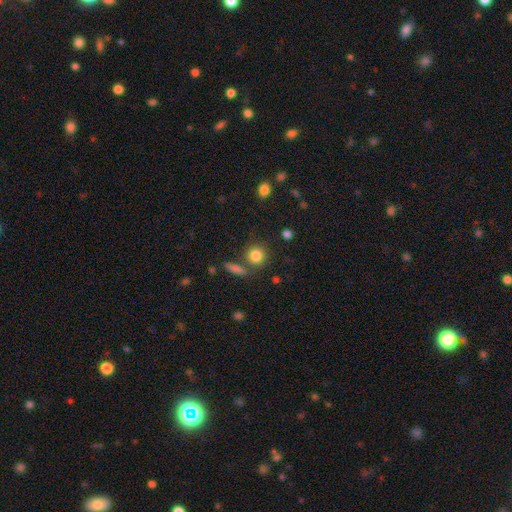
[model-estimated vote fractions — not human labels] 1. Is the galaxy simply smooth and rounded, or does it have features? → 83% smooth, 10% star or artifact, 7% featured or disk.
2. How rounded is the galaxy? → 86% round, 12% in between, 2% cigar-shaped.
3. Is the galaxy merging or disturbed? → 74% none, 13% merger, 10% minor disturbance, 4% major disturbance.